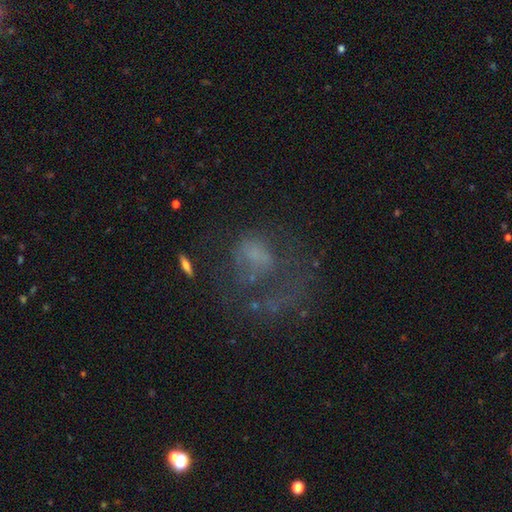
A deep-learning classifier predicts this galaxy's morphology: A featured or disk galaxy (42%).

Vote fractions:
- Smooth or featured? featured or disk: 42% / smooth: 36% / star or artifact: 22%
- Merging? major disturbance: 49% / none: 29% / minor disturbance: 15% / merger: 7%